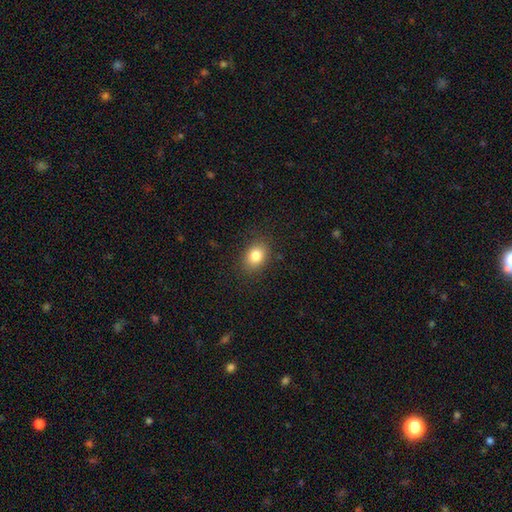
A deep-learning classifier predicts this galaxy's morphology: smooth-or-featured: smooth: 82% | star or artifact: 10% | featured or disk: 8%
  how-rounded: in between: 65% | round: 33% | cigar-shaped: 1%
  merging: none: 86% | minor disturbance: 10% | major disturbance: 3% | merger: 1%